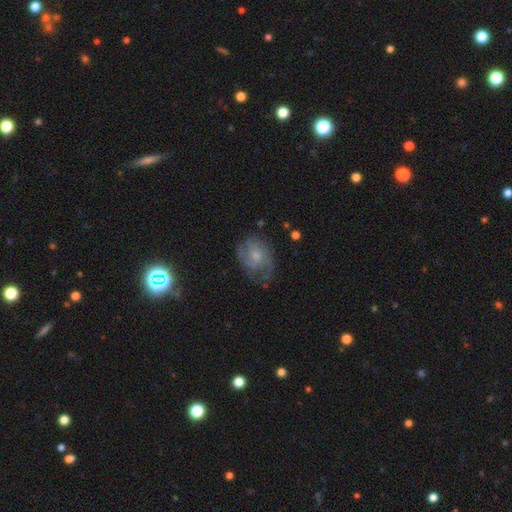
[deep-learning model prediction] Overall: featured or disk (59%; smooth 32%). Edge-on disk: no (97%). Bar: no (72%). Spiral arms: yes (80%). Bulge size: small (50%; moderate 37%). Merging: none (53%; minor disturbance 26%).